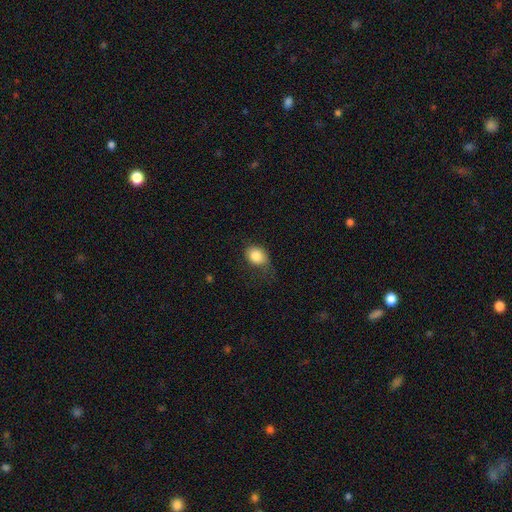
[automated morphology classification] A smooth galaxy with no disk features (83%) that is in between round and cigar-shaped (56%). Merging: none (57%).